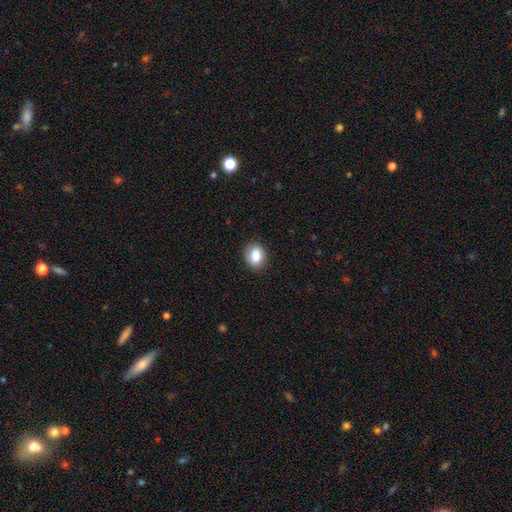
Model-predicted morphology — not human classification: Smooth or featured? Predicted: smooth (p=0.84). How rounded? Predicted: in between (p=0.57). Merging? Predicted: none (p=0.85).